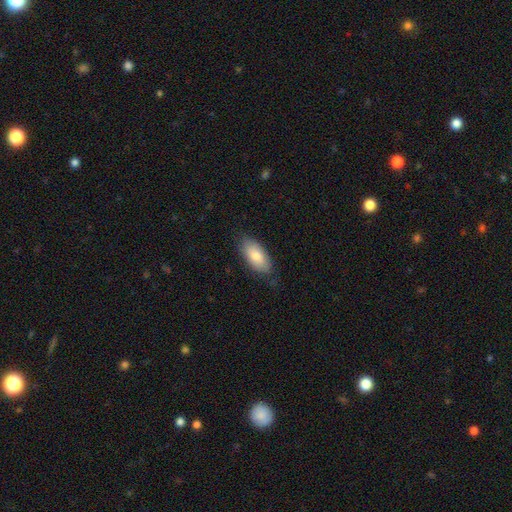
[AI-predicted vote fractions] Overall: smooth (79%). How rounded: in between (91%). Merging: none (80%).